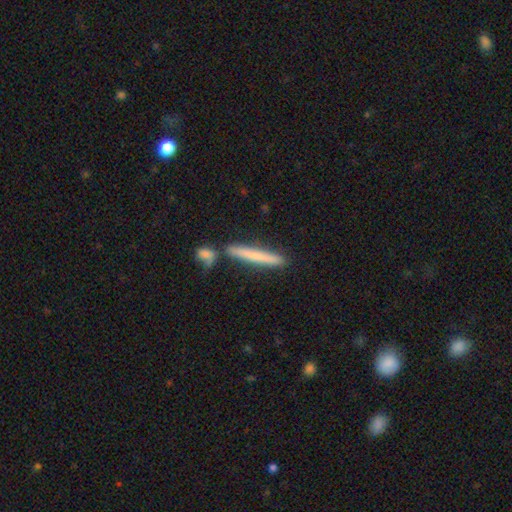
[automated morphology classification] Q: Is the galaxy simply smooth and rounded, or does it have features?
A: smooth — 62%.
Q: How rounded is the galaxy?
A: cigar-shaped — 95%.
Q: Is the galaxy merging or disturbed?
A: none — 74%.